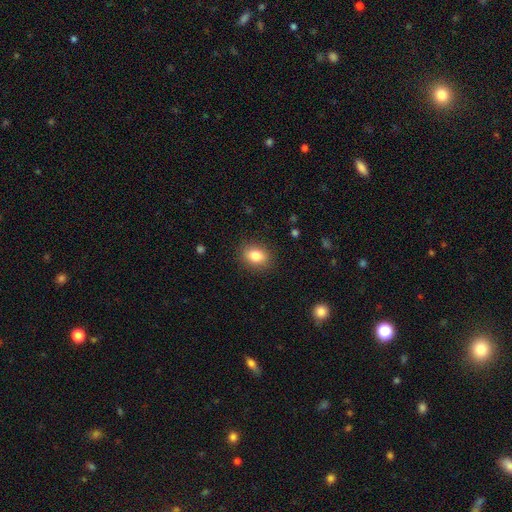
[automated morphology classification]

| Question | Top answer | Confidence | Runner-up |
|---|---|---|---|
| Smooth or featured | smooth | 83% | star or artifact (9%) |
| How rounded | in between | 61% | round (37%) |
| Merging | none | 88% | minor disturbance (9%) |